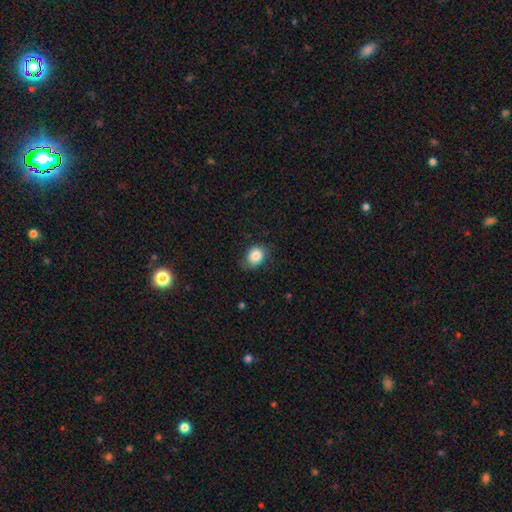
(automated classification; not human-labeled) A smooth galaxy with no disk features (85%) that is round (51%).

Vote fractions:
- Smooth or featured? smooth: 85% / star or artifact: 8% / featured or disk: 7%
- How rounded? round: 51% / in between: 48% / cigar-shaped: 1%
- Merging? none: 69% / minor disturbance: 24% / major disturbance: 7% / merger: 1%